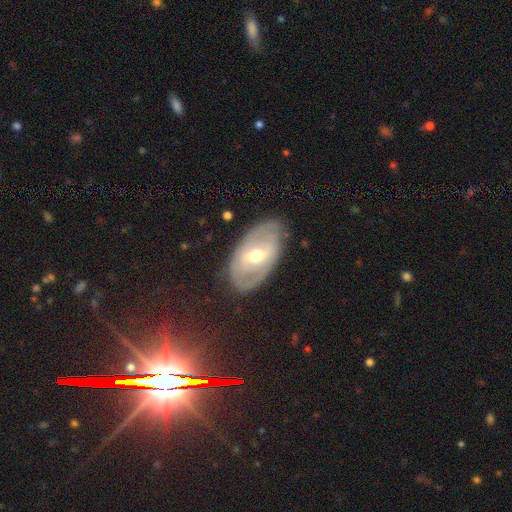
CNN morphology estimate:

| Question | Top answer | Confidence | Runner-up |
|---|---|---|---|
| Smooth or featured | featured or disk | 70% | smooth (23%) |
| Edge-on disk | no | 92% | yes (8%) |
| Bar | weak | 45% | strong (31%) |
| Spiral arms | yes | 58% | no (42%) |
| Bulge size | moderate | 68% | small (26%) |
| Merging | none | 78% | minor disturbance (16%) |